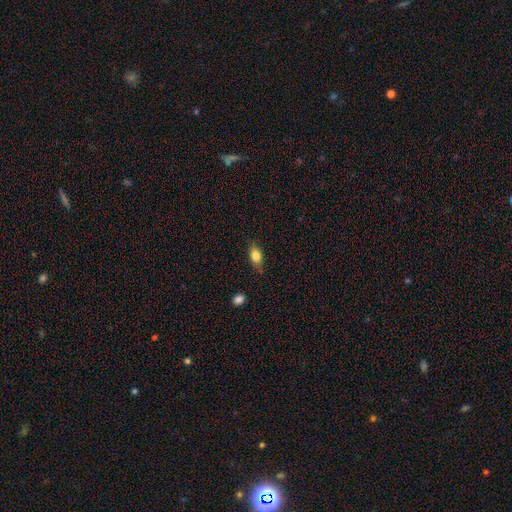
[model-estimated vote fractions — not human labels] A smooth galaxy with no disk features (79%) that is in between round and cigar-shaped (82%).

Vote fractions:
- Smooth or featured? smooth: 79% / featured or disk: 13% / star or artifact: 8%
- How rounded? in between: 82% / round: 10% / cigar-shaped: 8%
- Merging? none: 73% / minor disturbance: 21% / major disturbance: 4% / merger: 2%